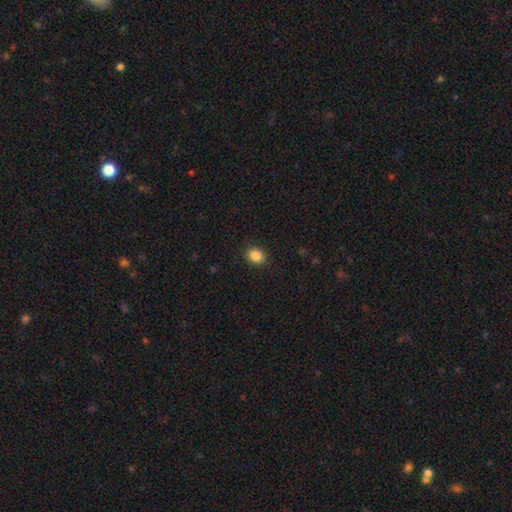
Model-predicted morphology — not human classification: smooth 87%, star or artifact 10%, featured or disk 4%. Down the decision tree: how rounded — round (55%); merging — none (90%).